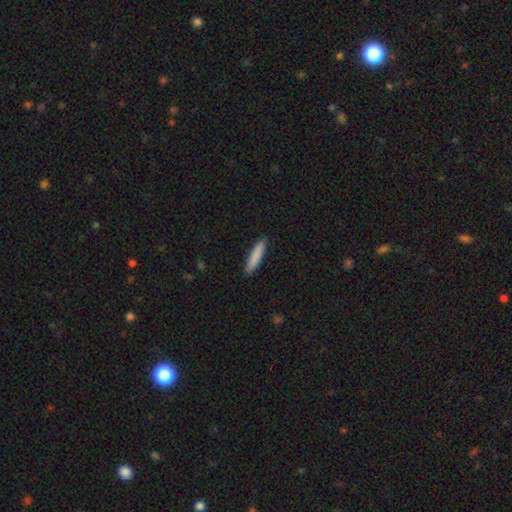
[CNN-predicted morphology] A smooth galaxy with no disk features (85%) that is cigar-shaped (88%).

Vote fractions:
- Smooth or featured? smooth: 85% / featured or disk: 10% / star or artifact: 6%
- How rounded? cigar-shaped: 88% / in between: 11% / round: 1%
- Merging? none: 89% / minor disturbance: 8% / major disturbance: 2% / merger: 1%